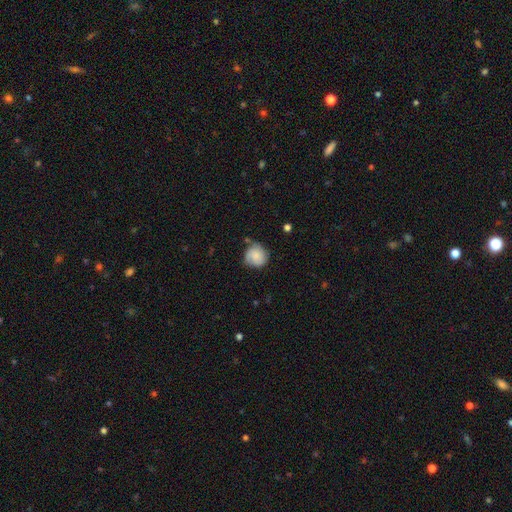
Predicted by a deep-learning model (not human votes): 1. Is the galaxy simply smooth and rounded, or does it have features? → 62% smooth, 30% featured or disk, 8% star or artifact.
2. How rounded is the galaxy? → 84% round, 15% in between, 1% cigar-shaped.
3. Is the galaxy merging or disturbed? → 57% none, 30% minor disturbance, 9% major disturbance, 4% merger.